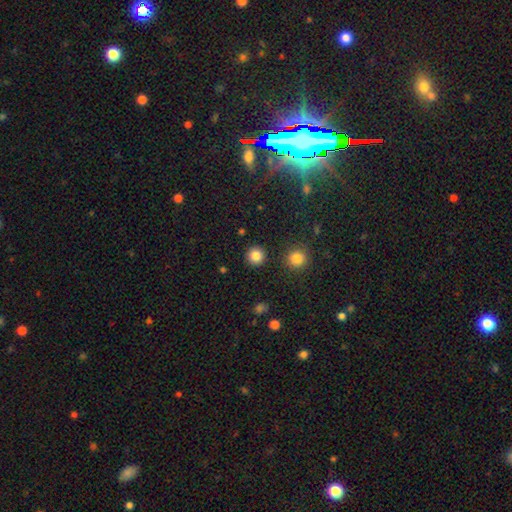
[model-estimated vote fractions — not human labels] smooth_or_featured: smooth (p=0.84) [alt: star or artifact p=0.11]
how_rounded: round (p=0.95) [alt: in between p=0.04]
merging: none (p=0.92) [alt: minor disturbance p=0.04]